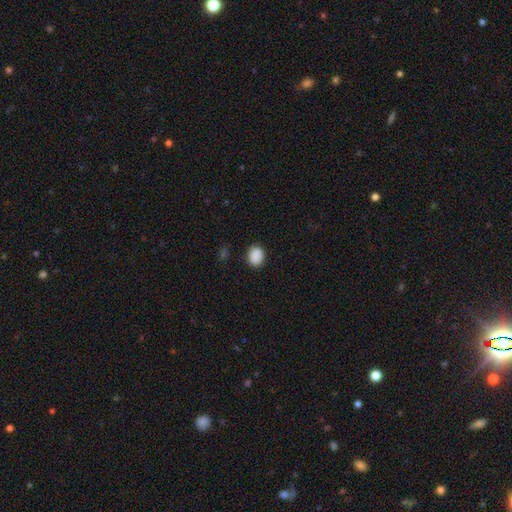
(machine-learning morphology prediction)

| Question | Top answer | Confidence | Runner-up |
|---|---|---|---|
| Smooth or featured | smooth | 89% | star or artifact (8%) |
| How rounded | in between | 57% | round (42%) |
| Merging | none | 87% | minor disturbance (10%) |